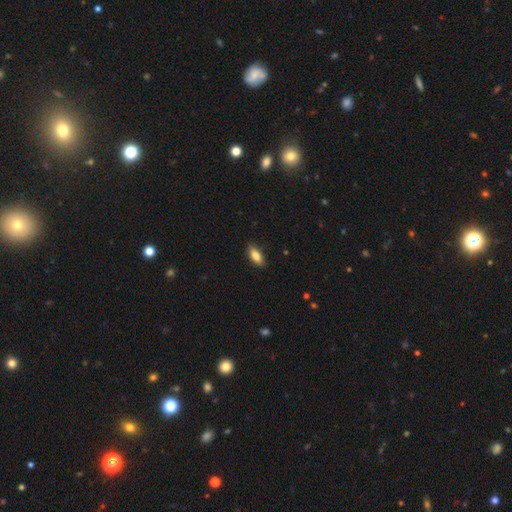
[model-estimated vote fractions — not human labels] This is clearly a smooth galaxy (84%). How rounded: clearly in between (83%). Merging: clearly none (86%).